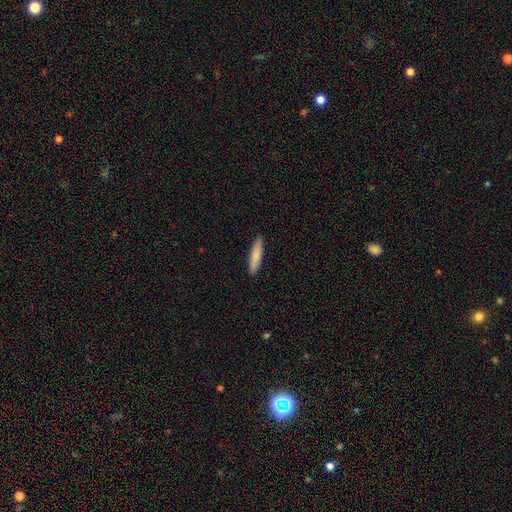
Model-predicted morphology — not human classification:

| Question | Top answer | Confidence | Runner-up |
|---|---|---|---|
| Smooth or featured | smooth | 81% | featured or disk (13%) |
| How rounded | cigar-shaped | 82% | in between (17%) |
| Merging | none | 91% | minor disturbance (7%) |